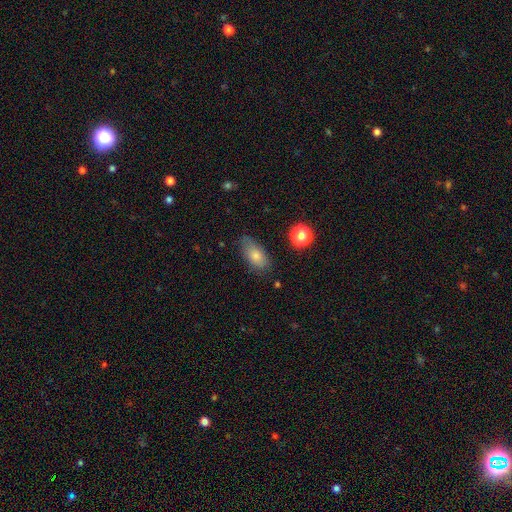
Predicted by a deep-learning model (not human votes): The model was most divided on "merging": none: 70%, minor disturbance: 22%, major disturbance: 6%, merger: 2%. More confident: how rounded — in between (88%); smooth or featured — smooth (79%).